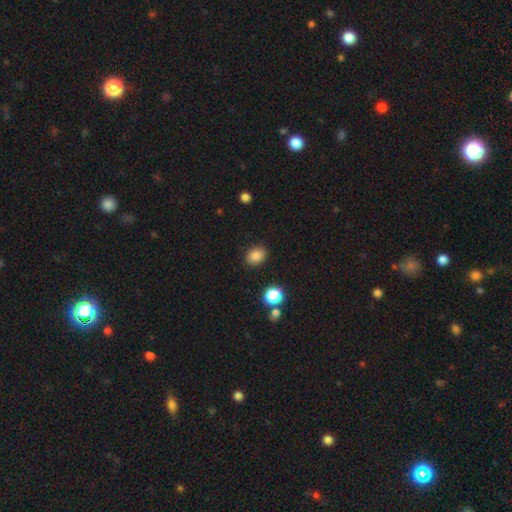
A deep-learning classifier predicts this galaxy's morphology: This appears to be a smooth galaxy with no disk features (83%) that is in between round and cigar-shaped (62%). Merging: none (87%).